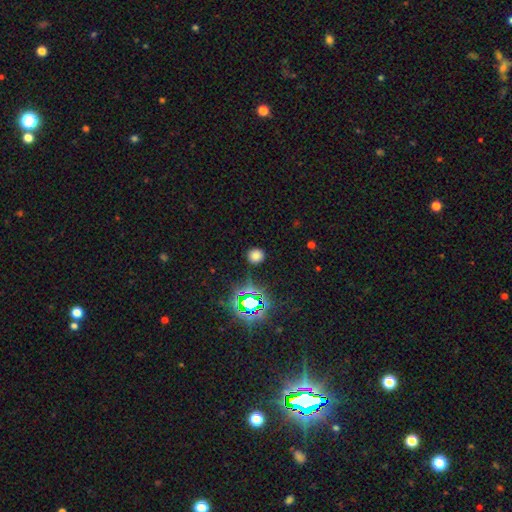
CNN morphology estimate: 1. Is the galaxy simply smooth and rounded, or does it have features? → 70% smooth, 25% star or artifact, 5% featured or disk.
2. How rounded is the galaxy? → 89% round, 10% in between, 1% cigar-shaped.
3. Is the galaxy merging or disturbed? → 87% none, 8% minor disturbance, 3% major disturbance, 2% merger.